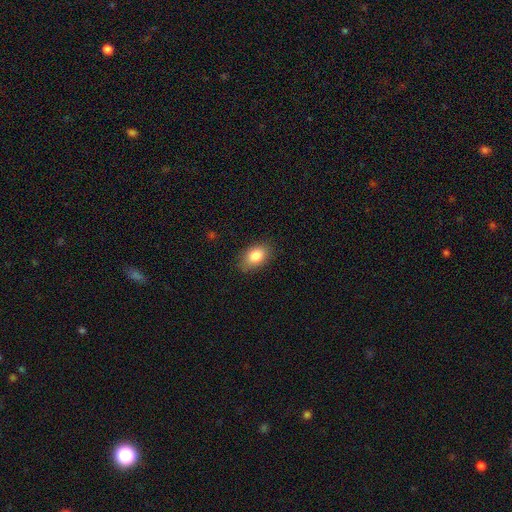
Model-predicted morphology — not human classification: The model was most divided on "merging": none: 82%, minor disturbance: 14%, major disturbance: 3%, merger: 1%. More confident: how rounded — in between (86%); smooth or featured — smooth (83%).